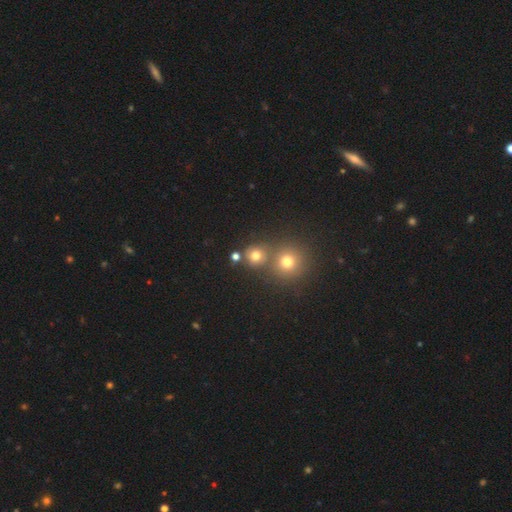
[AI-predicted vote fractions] Overall: smooth (71%). How rounded: round (88%). Merging: none (66%).